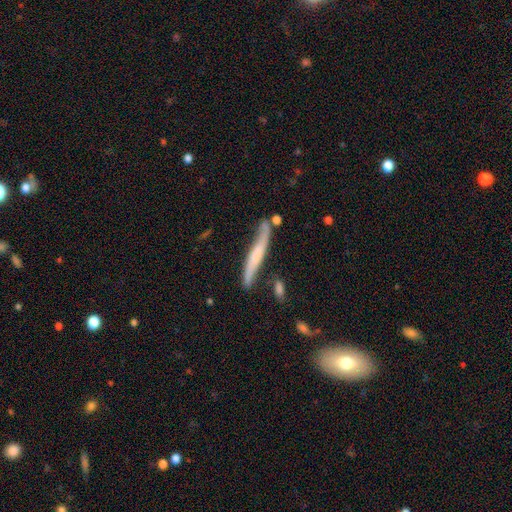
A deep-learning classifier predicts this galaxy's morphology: featured or disk 57%, smooth 37%, star or artifact 7%. Down the decision tree: edge-on disk — yes (78%); merging — none (65%).